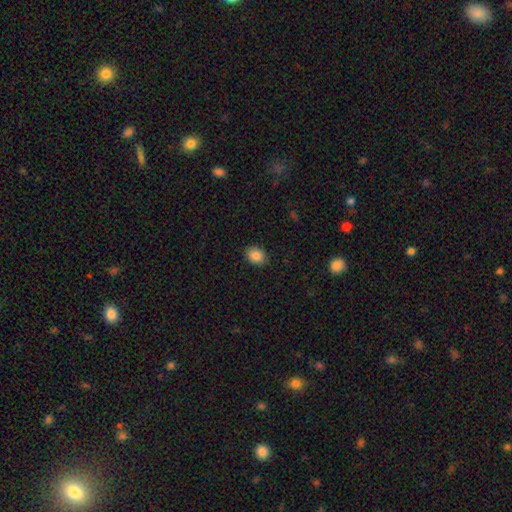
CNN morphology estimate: Overall: smooth (86%). How rounded: in between (56%; round 43%). Merging: none (87%).